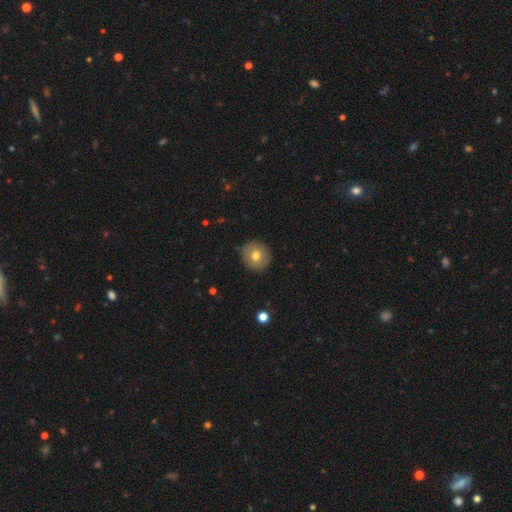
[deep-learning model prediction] smooth-or-featured: smooth: 70% | featured or disk: 22% | star or artifact: 8%
  how-rounded: round: 91% | in between: 8% | cigar-shaped: 1%
  merging: none: 89% | minor disturbance: 8% | major disturbance: 2% | merger: 1%